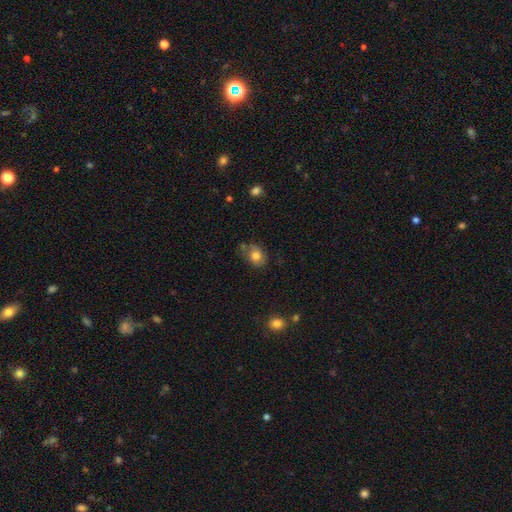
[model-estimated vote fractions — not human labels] Smooth or featured: smooth — 74% (featured or disk — 16%)
How rounded: in between — 52% (round — 47%)
Merging: none — 60% (minor disturbance — 26%)